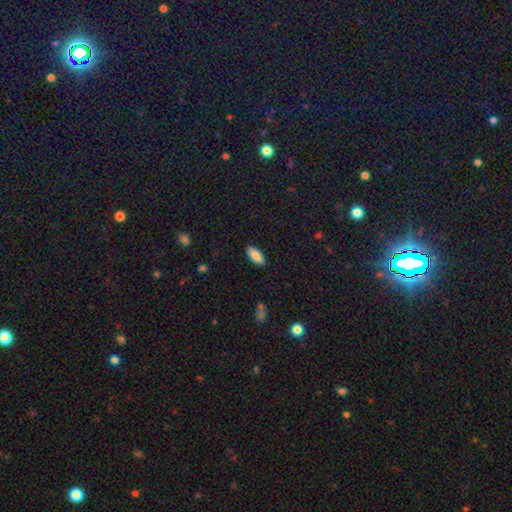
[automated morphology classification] This appears to be a smooth galaxy with no disk features (87%) that is in between round and cigar-shaped (82%). Merging: none (87%).